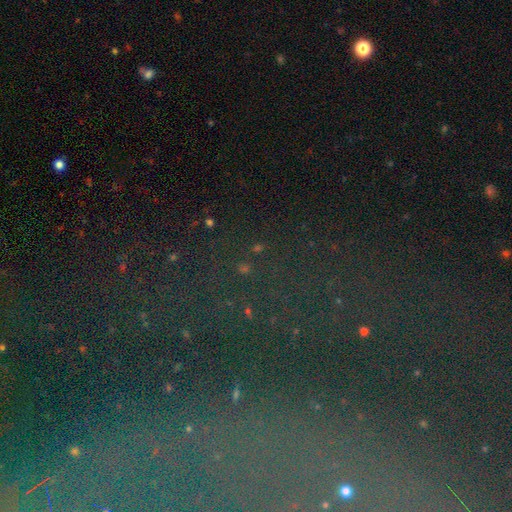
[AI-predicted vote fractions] Overall: star or artifact (65%).